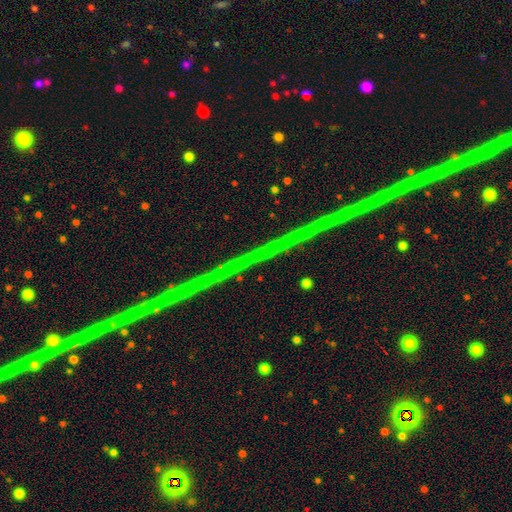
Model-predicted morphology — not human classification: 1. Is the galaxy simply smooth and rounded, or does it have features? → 74% star or artifact, 16% featured or disk, 10% smooth.